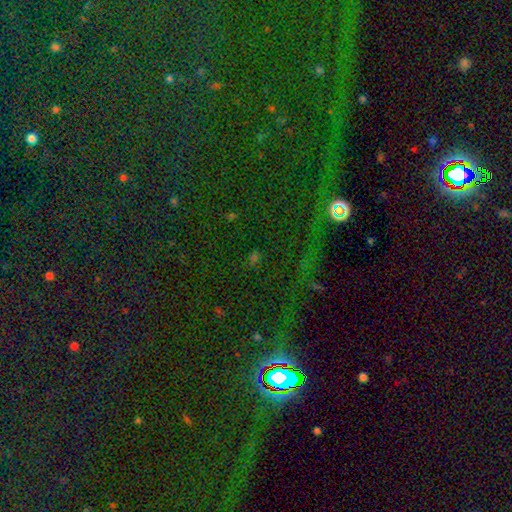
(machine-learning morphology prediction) star or artifact 80%, smooth 13%, featured or disk 8%.